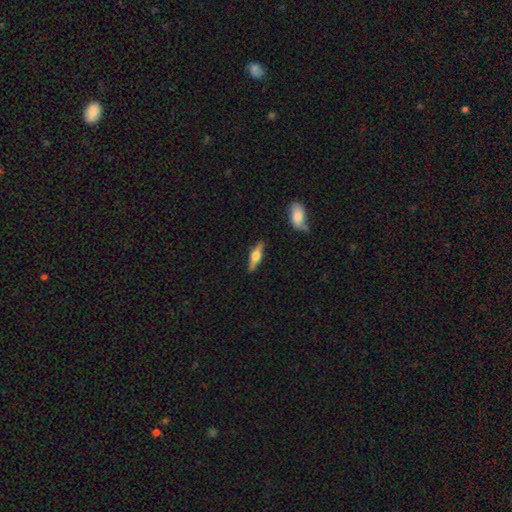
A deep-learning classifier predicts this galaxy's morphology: The model was most divided on "smooth or featured": featured or disk: 62%, smooth: 32%, star or artifact: 6%. More confident: edge-on disk — yes (95%); edge-on bulge — rounded (92%); merging — none (85%).